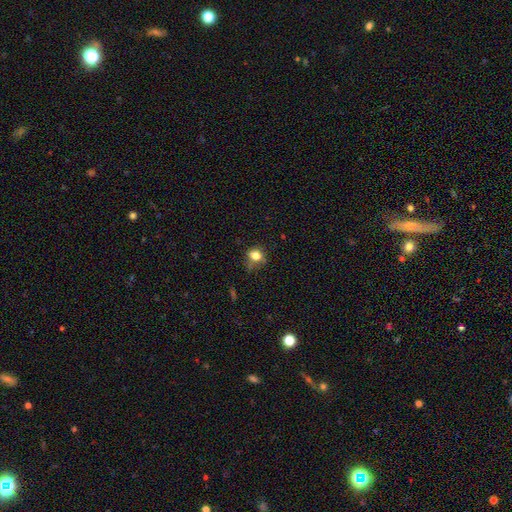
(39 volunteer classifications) Smooth or featured?
  - smooth: 79% *
  - featured or disk: 13%
  - star or artifact: 8%
How rounded?
  - in between: 65% *
  - round: 32%
  - cigar-shaped: 3%
Merging?
  - none: 42% *
  - major disturbance: 31%
  - minor disturbance: 28%
  - merger: 0%